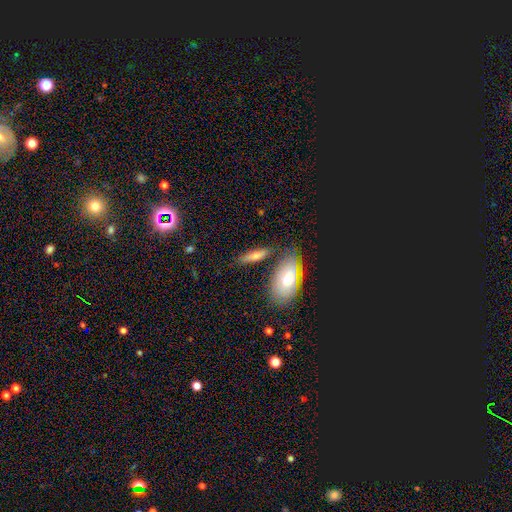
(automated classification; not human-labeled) smooth_or_featured: smooth (p=0.63) [alt: featured or disk p=0.28]
how_rounded: in between (p=0.50) [alt: cigar-shaped p=0.45]
merging: none (p=0.74) [alt: minor disturbance p=0.14]